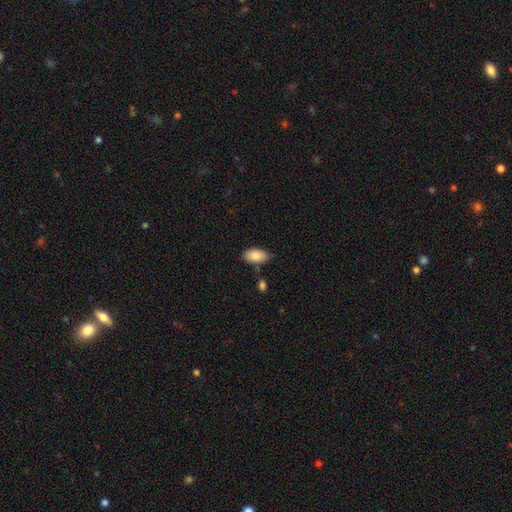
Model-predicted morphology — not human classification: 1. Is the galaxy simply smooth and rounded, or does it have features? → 87% smooth, 7% star or artifact, 6% featured or disk.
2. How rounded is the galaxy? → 94% in between, 3% round, 2% cigar-shaped.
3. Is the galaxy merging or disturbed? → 74% none, 17% minor disturbance, 6% merger, 3% major disturbance.